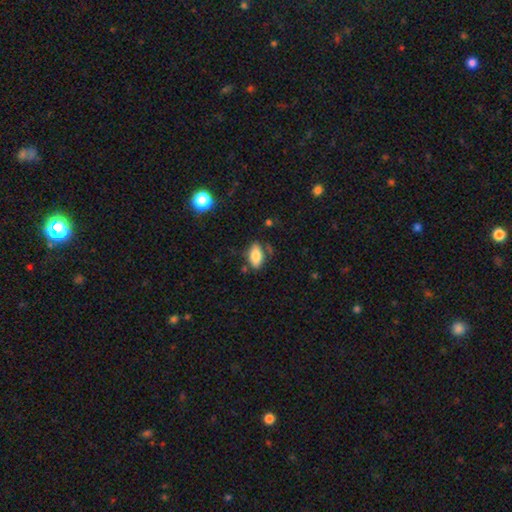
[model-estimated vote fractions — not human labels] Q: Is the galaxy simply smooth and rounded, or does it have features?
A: smooth — 78%.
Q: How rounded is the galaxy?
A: in between — 88%.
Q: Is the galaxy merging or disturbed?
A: none — 73%.